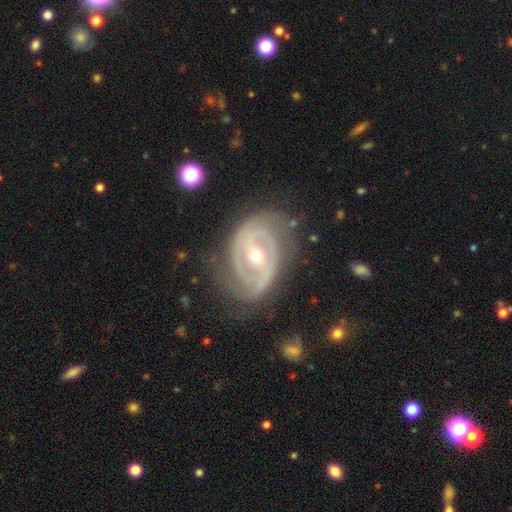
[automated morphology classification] This appears to be a featured or disk galaxy (89%) with a weak bar (41%), 2 (63%) tight (59%) spiral arms (94%) and a moderate central bulge (50%). Merging: none (70%).